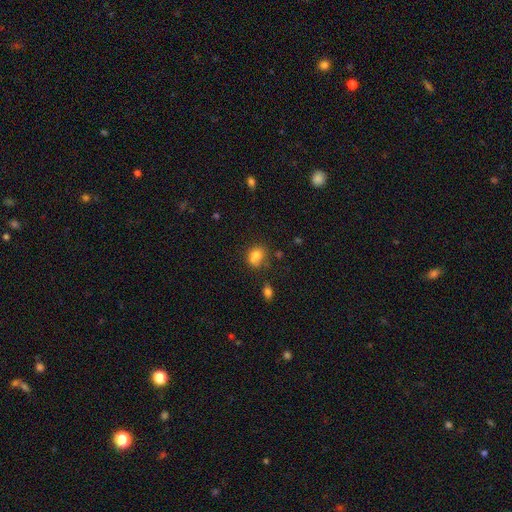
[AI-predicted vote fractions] This appears to be a smooth galaxy with no disk features (76%) that is round (55%). Merging: none (49%).